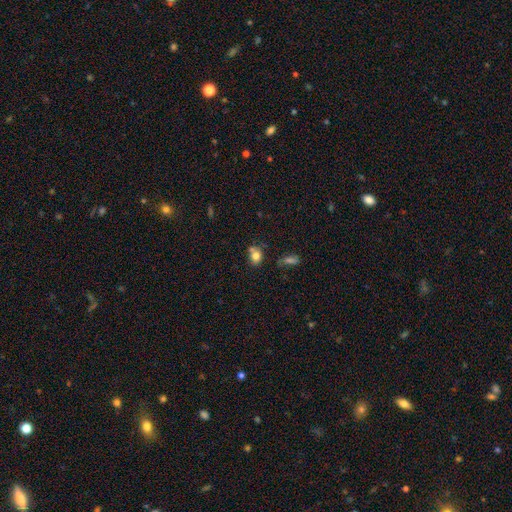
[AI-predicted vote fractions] Smooth or featured? Predicted: smooth (p=0.76). How rounded? Predicted: round (p=0.55). Merging? Predicted: none (p=0.49).